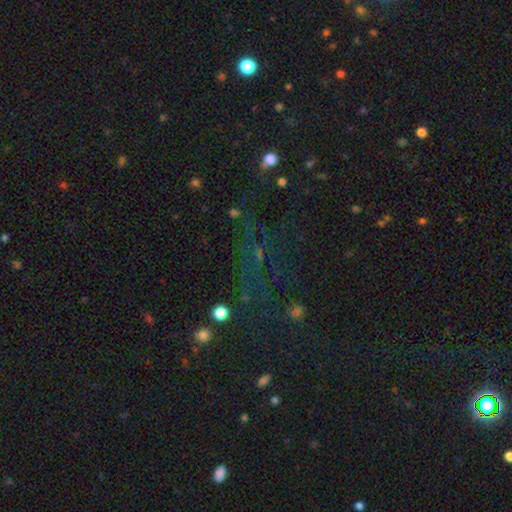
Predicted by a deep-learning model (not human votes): Smooth or featured? star or artifact (66%)